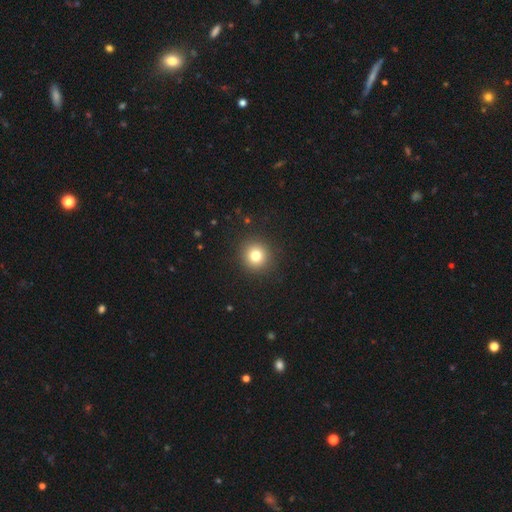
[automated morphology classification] The model was most divided on "smooth or featured": smooth: 79%, star or artifact: 13%, featured or disk: 8%. More confident: how rounded — round (94%); merging — none (92%).